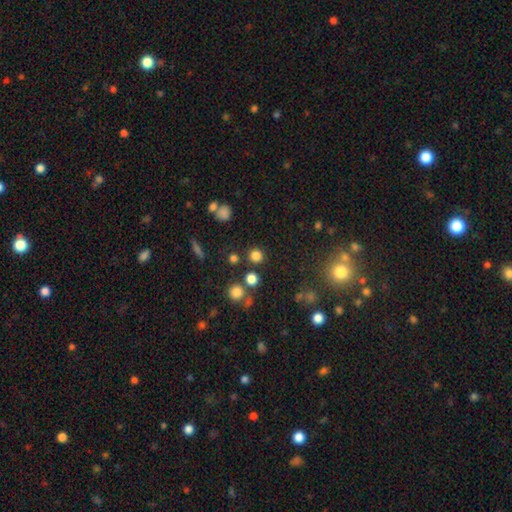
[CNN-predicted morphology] The model was most divided on "smooth or featured": smooth: 77%, star or artifact: 18%, featured or disk: 5%. More confident: how rounded — round (92%); merging — none (84%).